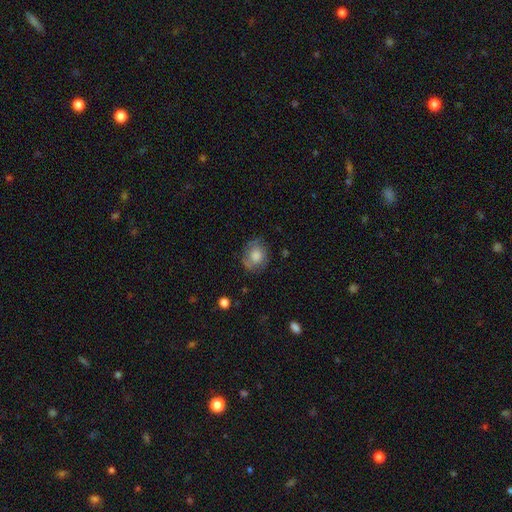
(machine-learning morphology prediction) The model was most divided on "how rounded": round: 58%, in between: 41%, cigar-shaped: 1%. More confident: merging — none (70%); smooth or featured — smooth (68%).